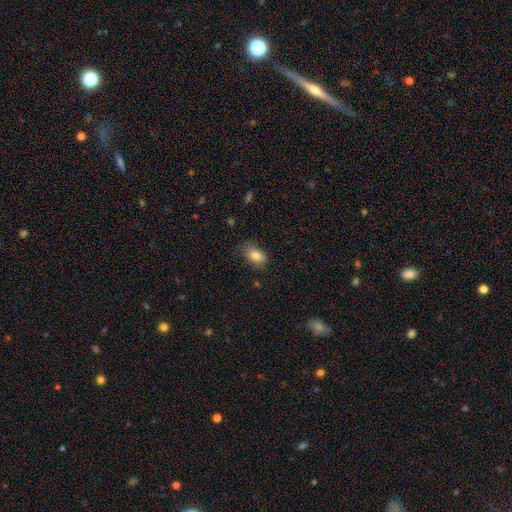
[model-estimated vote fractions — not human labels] This is clearly a smooth galaxy (82%). How rounded: clearly in between (88%). Merging: likely none (71%).